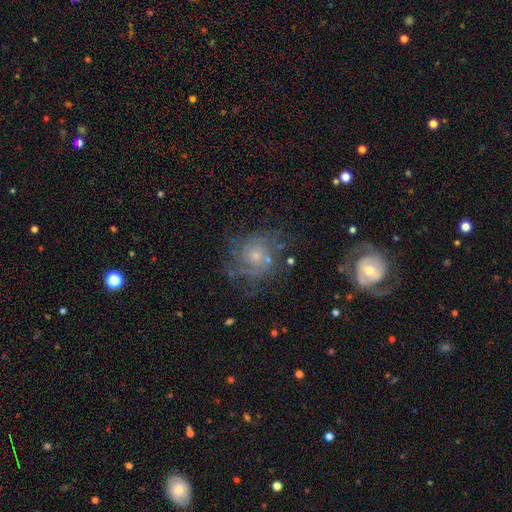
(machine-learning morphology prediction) type=featured or disk (71%); edge-on=no (98%); bar=no (80%); spiral arms=yes (86%); winding=tight (57%); arm count=can't tell (42%); bulge=small (63%); merging=none (63%).